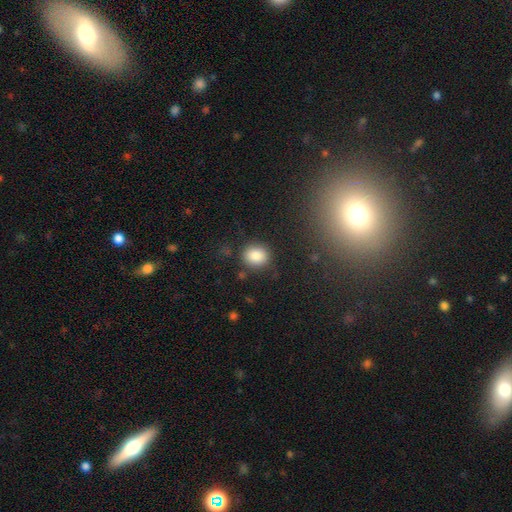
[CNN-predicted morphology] Overall: smooth (86%). How rounded: round (70%). Merging: none (82%).